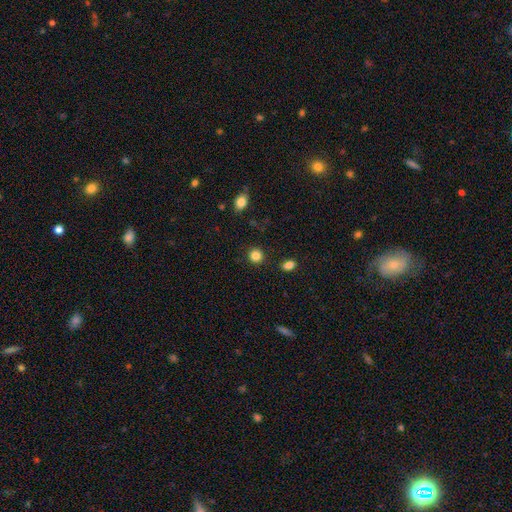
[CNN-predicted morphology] Q: Smooth or featured?
A: smooth (85%); runner-up: star or artifact (11%)
Q: How rounded?
A: round (89%); runner-up: in between (10%)
Q: Merging?
A: none (89%); runner-up: minor disturbance (6%)